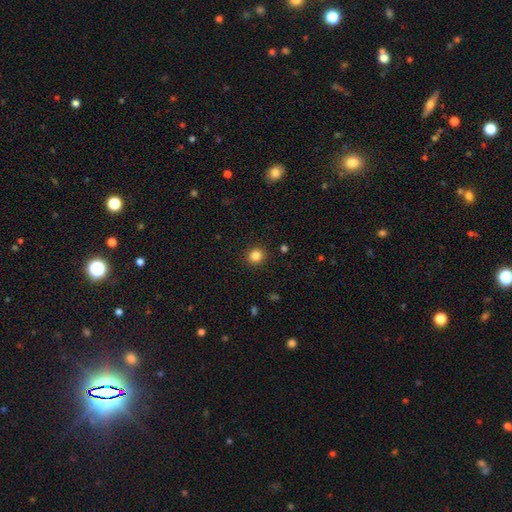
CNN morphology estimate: Overall: smooth (84%). How rounded: round (88%). Merging: none (91%).